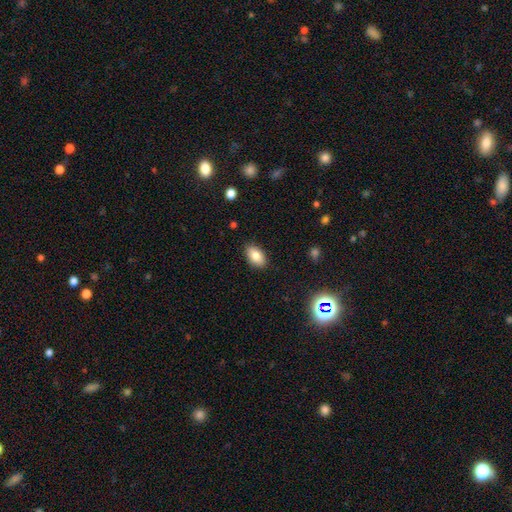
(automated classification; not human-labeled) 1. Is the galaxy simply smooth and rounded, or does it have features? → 82% smooth, 10% featured or disk, 8% star or artifact.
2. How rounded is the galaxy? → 92% in between, 5% round, 2% cigar-shaped.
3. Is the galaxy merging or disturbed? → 88% none, 9% minor disturbance, 2% major disturbance, 1% merger.